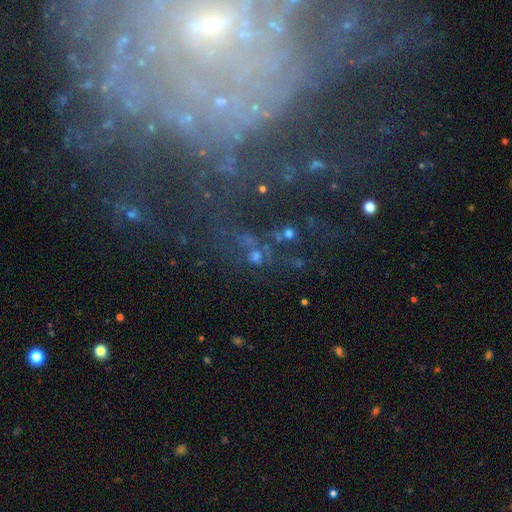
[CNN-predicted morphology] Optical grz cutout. It shows a star or artifact, not a galaxy (43%).